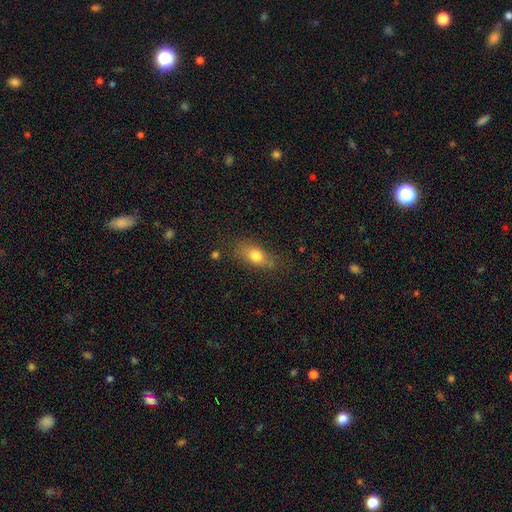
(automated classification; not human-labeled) Morphology: type=smooth (76%); roundness=in between (76%); merging=none (71%).